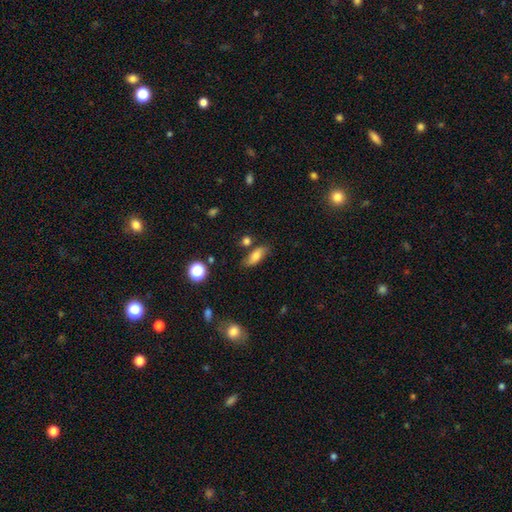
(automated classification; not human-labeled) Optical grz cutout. It shows a smooth galaxy with no disk features (76%) that is in between round and cigar-shaped (79%). Merging: none (68%).